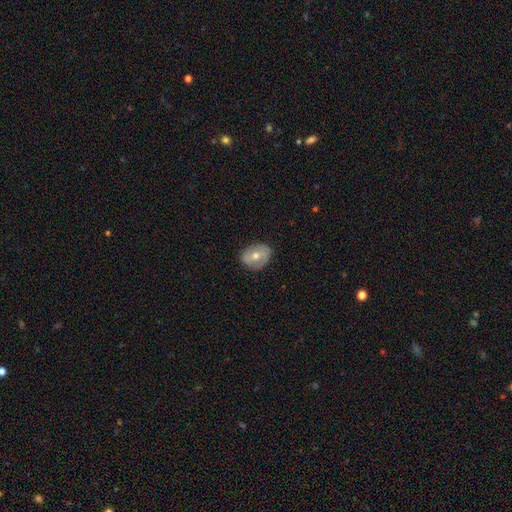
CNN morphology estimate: Smooth or featured? featured or disk (54%)
Edge-on disk? no (94%)
Bar? no (48%)
Spiral arms? no (53%)
Bulge size? moderate (71%)
Merging? none (81%)